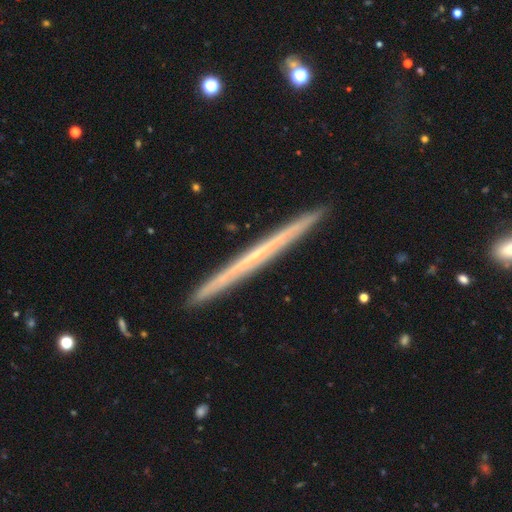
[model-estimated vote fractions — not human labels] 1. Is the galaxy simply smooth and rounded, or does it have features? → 63% featured or disk, 31% smooth, 6% star or artifact.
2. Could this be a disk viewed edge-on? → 98% yes, 2% no.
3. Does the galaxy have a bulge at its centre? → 89% none, 9% rounded, 2% boxy.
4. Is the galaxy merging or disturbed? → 92% none, 5% minor disturbance, 1% merger, 1% major disturbance.